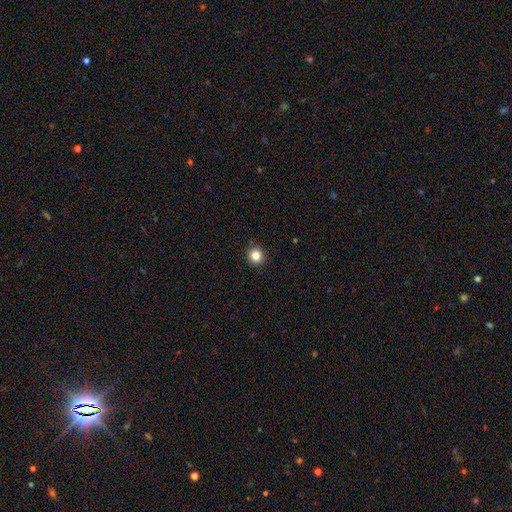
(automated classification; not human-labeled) smooth_or_featured: smooth (p=0.83) [alt: star or artifact p=0.11]
how_rounded: round (p=0.90) [alt: in between p=0.09]
merging: none (p=0.90) [alt: minor disturbance p=0.07]